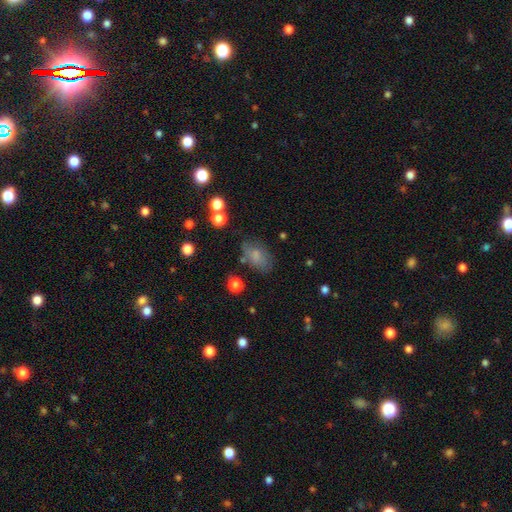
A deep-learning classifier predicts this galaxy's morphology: A smooth galaxy with no disk features (75%) that is in between round and cigar-shaped (87%).

Vote fractions:
- Smooth or featured? smooth: 75% / featured or disk: 14% / star or artifact: 11%
- How rounded? in between: 87% / round: 11% / cigar-shaped: 2%
- Merging? none: 63% / minor disturbance: 23% / major disturbance: 9% / merger: 5%